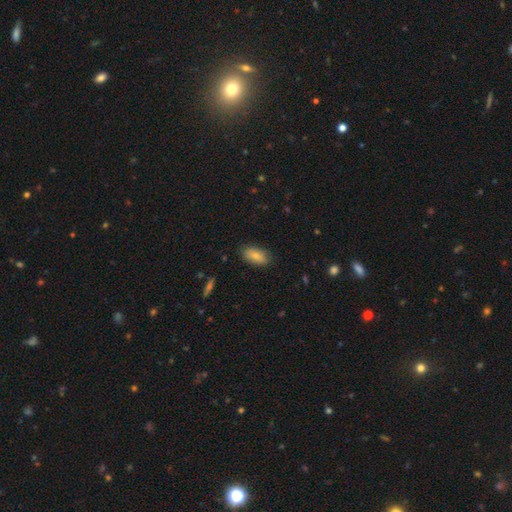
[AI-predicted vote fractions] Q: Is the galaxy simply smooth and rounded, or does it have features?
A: smooth — 77%.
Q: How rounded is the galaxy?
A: in between — 91%.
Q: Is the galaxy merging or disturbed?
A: none — 84%.